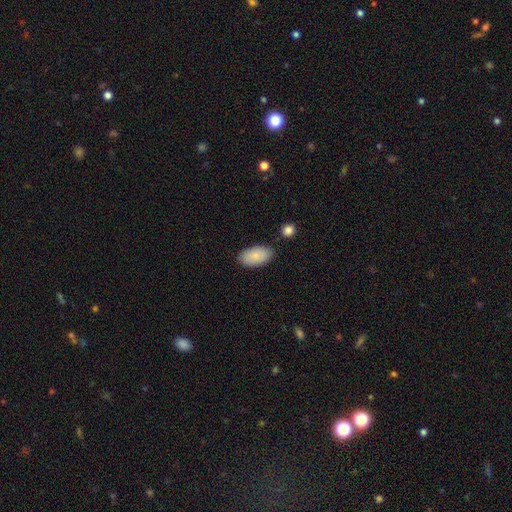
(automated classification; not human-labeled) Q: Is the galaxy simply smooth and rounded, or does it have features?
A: smooth — 86%.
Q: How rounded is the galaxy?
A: in between — 95%.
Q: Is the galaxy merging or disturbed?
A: none — 82%.